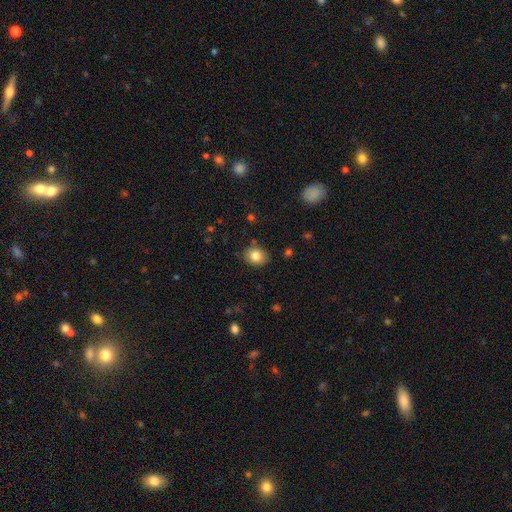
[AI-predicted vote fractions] This appears to be a smooth galaxy with no disk features (83%) that is round (61%). Merging: none (84%).